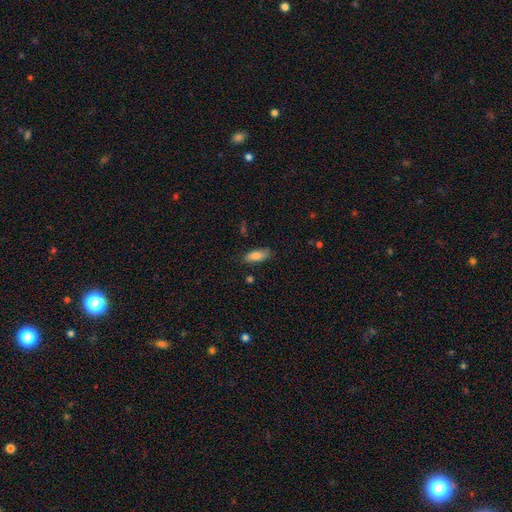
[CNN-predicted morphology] Q: Smooth or featured?
A: smooth (84%); runner-up: featured or disk (10%)
Q: How rounded?
A: in between (81%); runner-up: cigar-shaped (17%)
Q: Merging?
A: none (80%); runner-up: minor disturbance (15%)